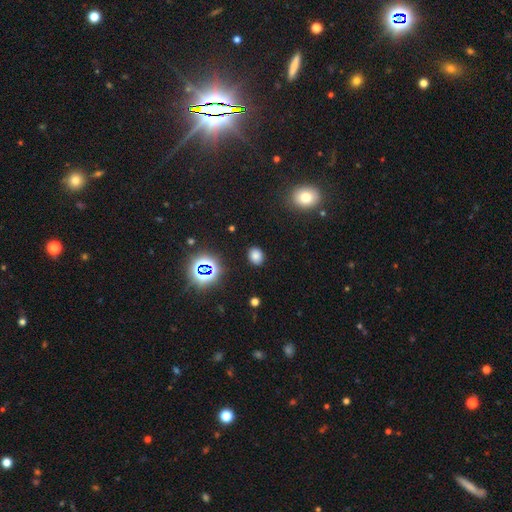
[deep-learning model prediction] smooth_or_featured: smooth (p=0.73) [alt: star or artifact p=0.20]
how_rounded: in between (p=0.50) [alt: round p=0.49]
merging: none (p=0.87) [alt: minor disturbance p=0.09]